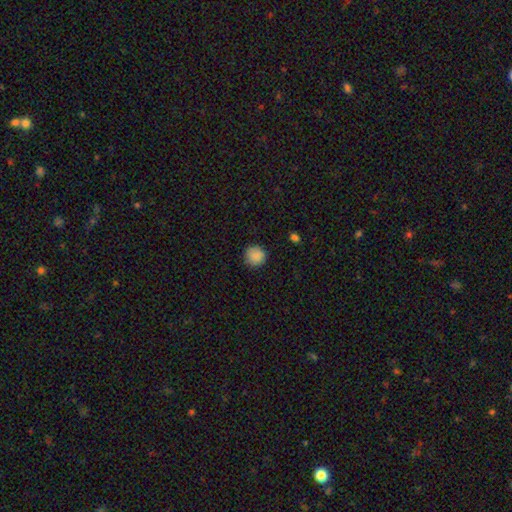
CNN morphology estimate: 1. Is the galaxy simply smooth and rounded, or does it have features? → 88% smooth, 9% star or artifact, 4% featured or disk.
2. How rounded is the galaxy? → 93% round, 6% in between, 1% cigar-shaped.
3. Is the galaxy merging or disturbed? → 88% none, 9% minor disturbance, 2% major disturbance, 1% merger.